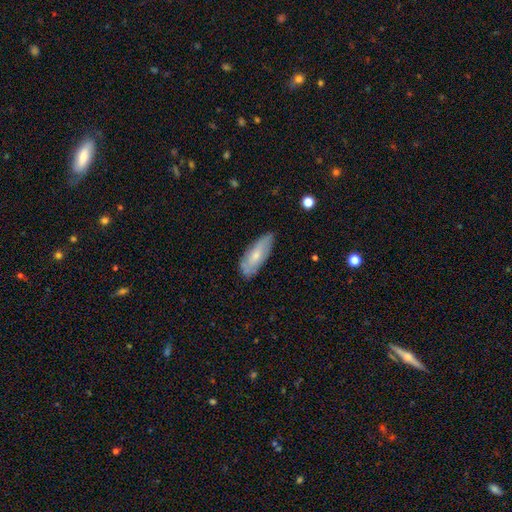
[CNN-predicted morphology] A smooth galaxy with no disk features (59%) that is in between round and cigar-shaped (69%).

Vote fractions:
- Smooth or featured? smooth: 59% / featured or disk: 35% / star or artifact: 7%
- How rounded? in between: 69% / cigar-shaped: 29% / round: 2%
- Merging? none: 73% / minor disturbance: 22% / major disturbance: 4% / merger: 2%